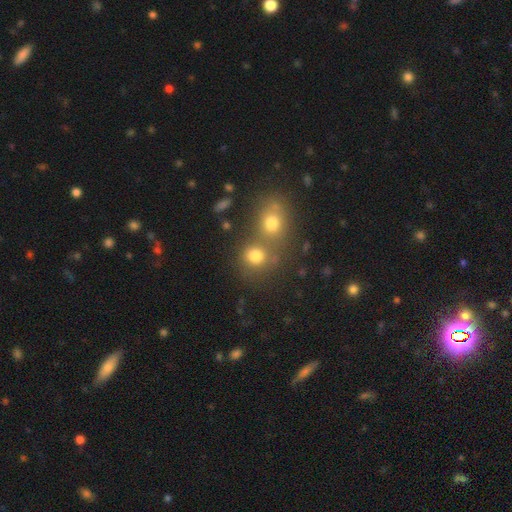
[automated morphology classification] Smooth or featured? smooth (77%)
How rounded? round (77%)
Merging? none (45%)